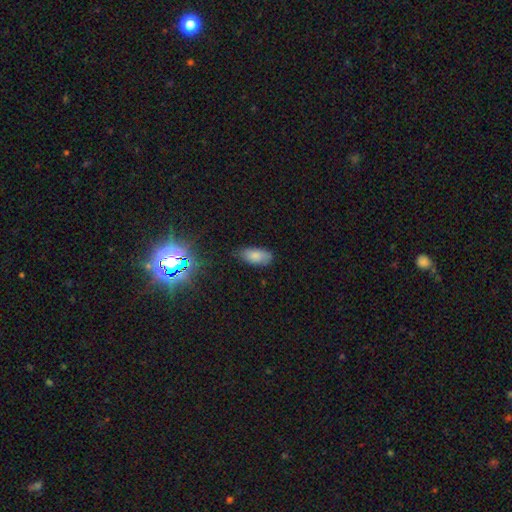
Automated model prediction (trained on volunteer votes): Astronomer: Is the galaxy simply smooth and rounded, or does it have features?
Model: smooth — 80%.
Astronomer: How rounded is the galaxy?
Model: in between — 91%.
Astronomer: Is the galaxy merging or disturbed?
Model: none — 72%.